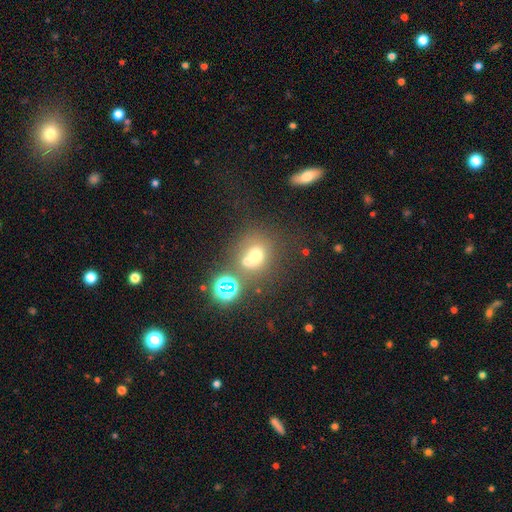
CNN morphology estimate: smooth-or-featured: smooth: 60% | star or artifact: 22% | featured or disk: 18%
  how-rounded: round: 75% | in between: 24% | cigar-shaped: 1%
  merging: merger: 43% | none: 41% | minor disturbance: 10% | major disturbance: 6%